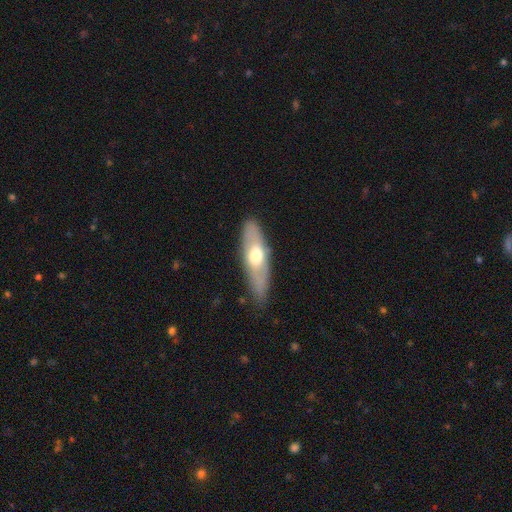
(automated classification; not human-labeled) Smooth or featured? smooth (52%)
How rounded? in between (55%)
Merging? none (81%)